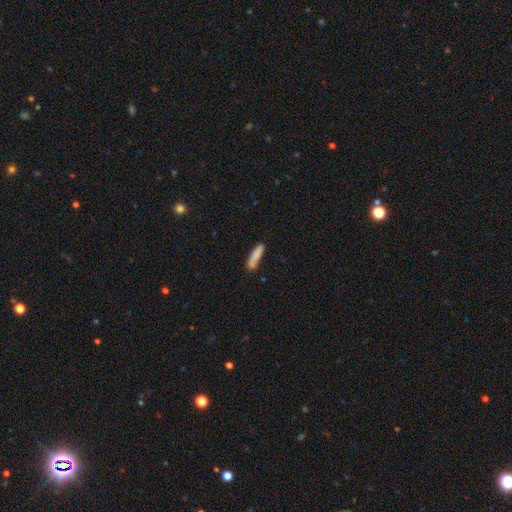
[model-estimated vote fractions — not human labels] The model was most divided on "merging": none: 71%, minor disturbance: 18%, merger: 7%, major disturbance: 4%. More confident: smooth or featured — smooth (83%); how rounded — cigar-shaped (81%).